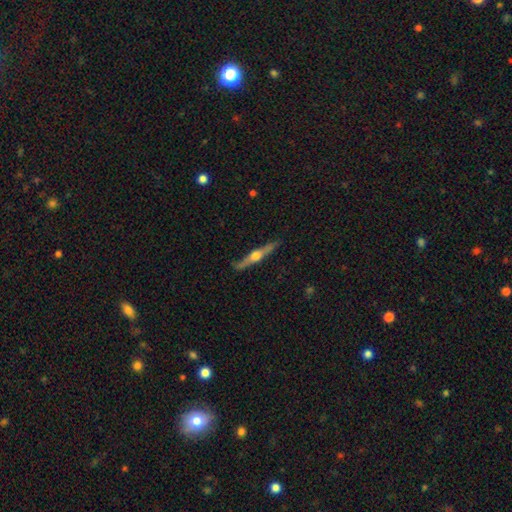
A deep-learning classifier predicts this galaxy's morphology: Q: Smooth or featured?
A: featured or disk (76%); runner-up: smooth (19%)
Q: Edge-on disk?
A: yes (98%); runner-up: no (2%)
Q: Edge-on bulge?
A: rounded (94%); runner-up: boxy (3%)
Q: Merging?
A: none (86%); runner-up: minor disturbance (10%)